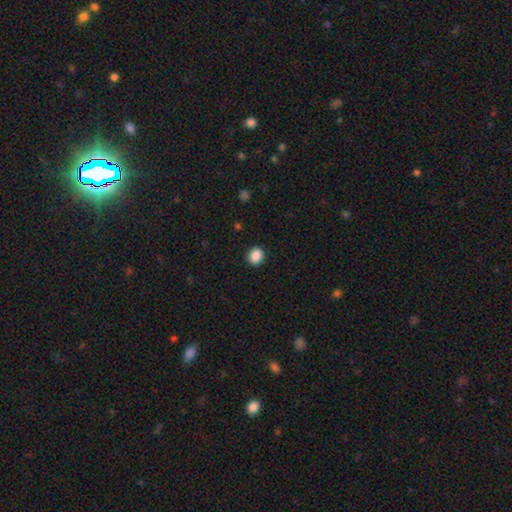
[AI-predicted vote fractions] Smooth or featured: smooth — 88% (star or artifact — 9%)
How rounded: round — 71% (in between — 28%)
Merging: none — 91% (minor disturbance — 6%)